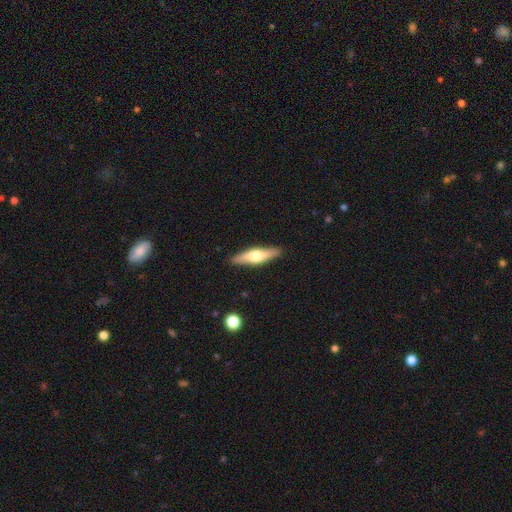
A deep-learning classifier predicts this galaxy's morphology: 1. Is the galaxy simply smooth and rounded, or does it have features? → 50% featured or disk, 45% smooth, 5% star or artifact.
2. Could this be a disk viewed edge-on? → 92% yes, 8% no.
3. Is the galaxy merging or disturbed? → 89% none, 8% minor disturbance, 2% major disturbance, 1% merger.